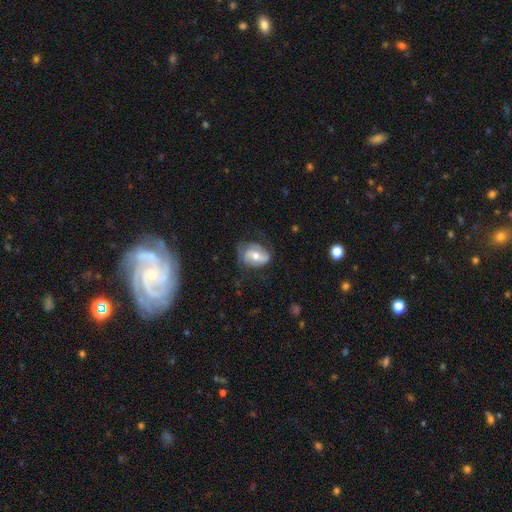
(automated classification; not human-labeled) This appears to be a featured or disk galaxy (58%) with no bar (39%, tied with weak), spiral arms (75%) and a moderate central bulge (70%). Merging: none (55%).